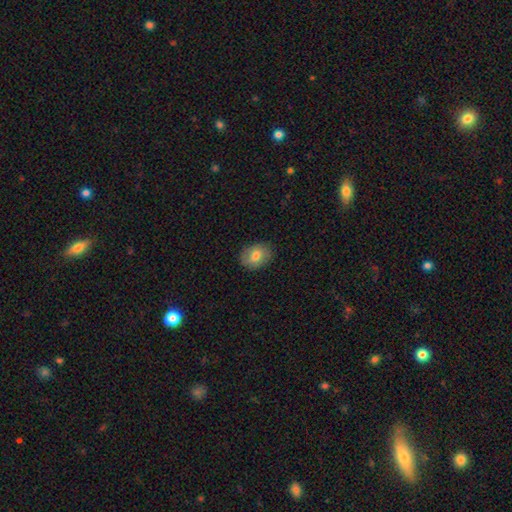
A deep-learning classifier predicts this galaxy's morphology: A smooth galaxy with no disk features (75%) that is in between round and cigar-shaped (66%). Merging: none (85%).